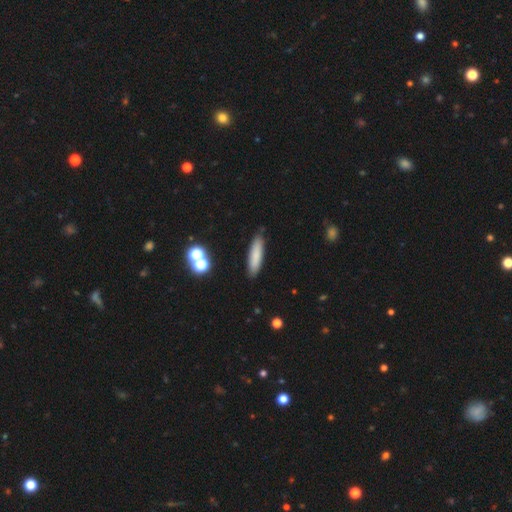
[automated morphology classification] This appears to be a smooth galaxy with no disk features (81%) that is cigar-shaped (74%). Merging: none (87%).